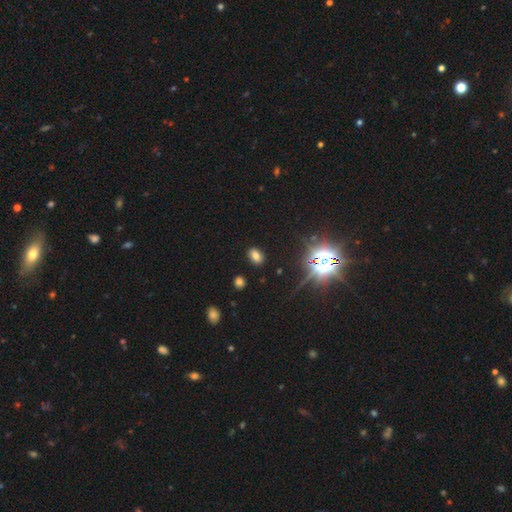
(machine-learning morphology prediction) smooth_or_featured: smooth (p=0.69) [alt: star or artifact p=0.23]
how_rounded: in between (p=0.81) [alt: round p=0.17]
merging: none (p=0.87) [alt: minor disturbance p=0.08]